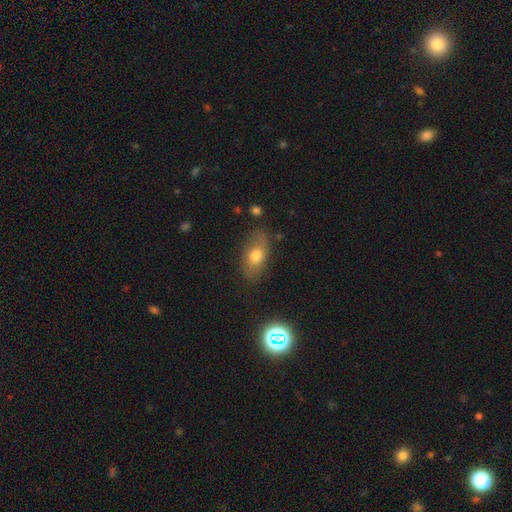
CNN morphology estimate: smooth-or-featured: smooth: 71% | featured or disk: 19% | star or artifact: 10%
  how-rounded: in between: 86% | round: 9% | cigar-shaped: 5%
  merging: none: 77% | minor disturbance: 16% | major disturbance: 5% | merger: 2%